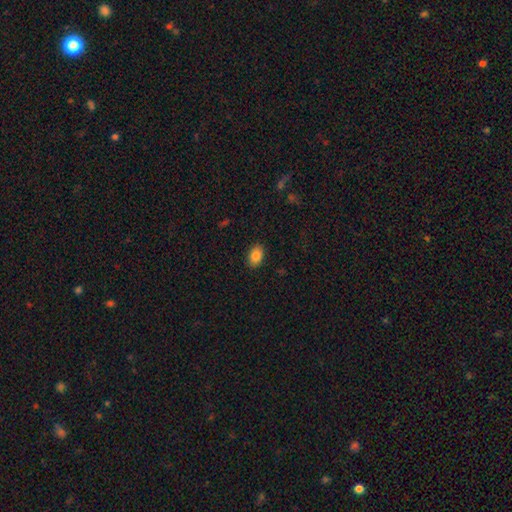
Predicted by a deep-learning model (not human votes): Smooth or featured?
  - smooth: 86% *
  - star or artifact: 8%
  - featured or disk: 6%
How rounded?
  - in between: 87% *
  - round: 12%
  - cigar-shaped: 1%
Merging?
  - none: 88% *
  - minor disturbance: 9%
  - major disturbance: 2%
  - merger: 1%